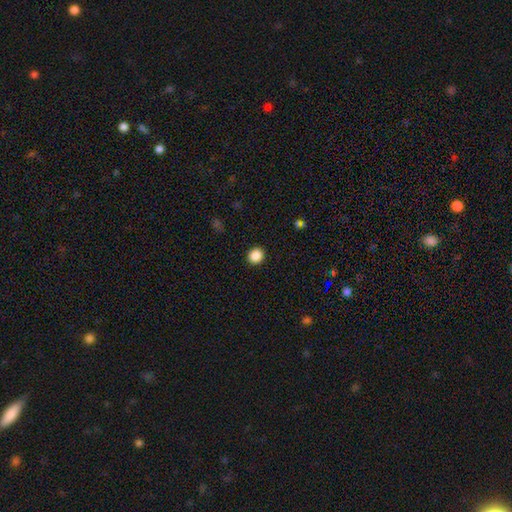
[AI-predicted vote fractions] smooth_or_featured: smooth (p=0.87) [alt: star or artifact p=0.10]
how_rounded: round (p=0.83) [alt: in between p=0.16]
merging: none (p=0.92) [alt: minor disturbance p=0.05]